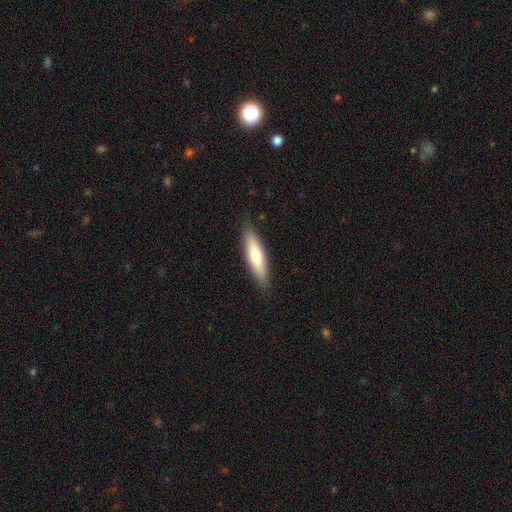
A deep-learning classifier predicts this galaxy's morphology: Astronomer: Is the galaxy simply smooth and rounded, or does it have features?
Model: smooth — 65%.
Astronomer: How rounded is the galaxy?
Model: cigar-shaped — 68%.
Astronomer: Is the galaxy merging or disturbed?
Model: none — 87%.